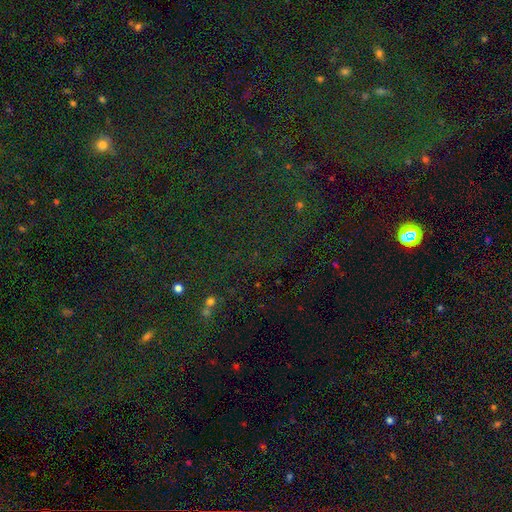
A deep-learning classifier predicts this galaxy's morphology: A star or artifact, not a galaxy (79%).